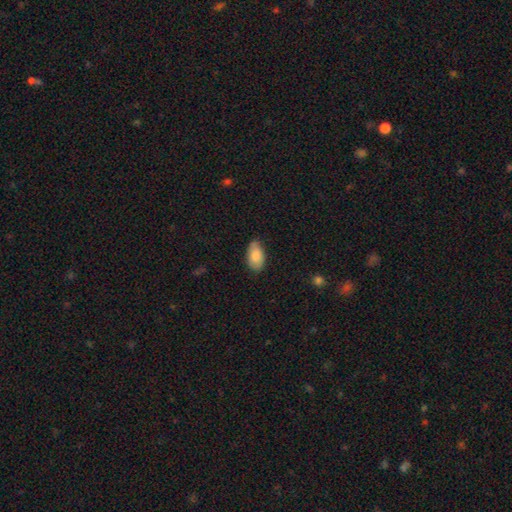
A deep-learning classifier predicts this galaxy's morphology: Q: Smooth or featured?
A: smooth (83%); runner-up: featured or disk (11%)
Q: How rounded?
A: in between (94%); runner-up: round (4%)
Q: Merging?
A: none (72%); runner-up: minor disturbance (23%)